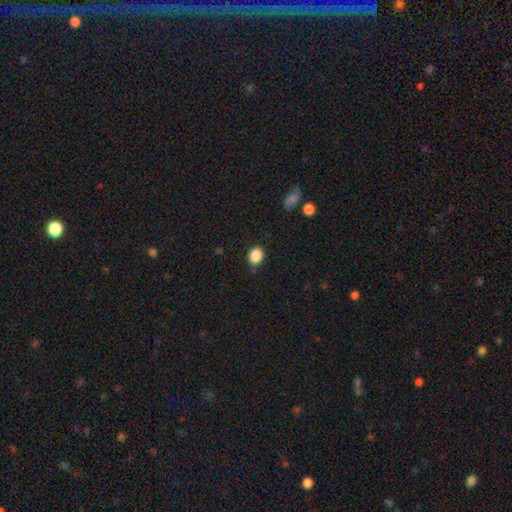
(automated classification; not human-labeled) This is clearly a smooth galaxy (87%). How rounded: possibly in between (53%). Merging: clearly none (82%).